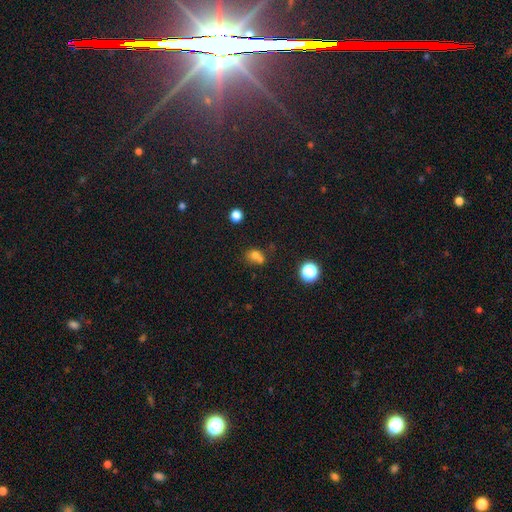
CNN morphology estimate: Overall: smooth (71%). How rounded: round (64%; in between 35%). Merging: merger (44%; none 39%).